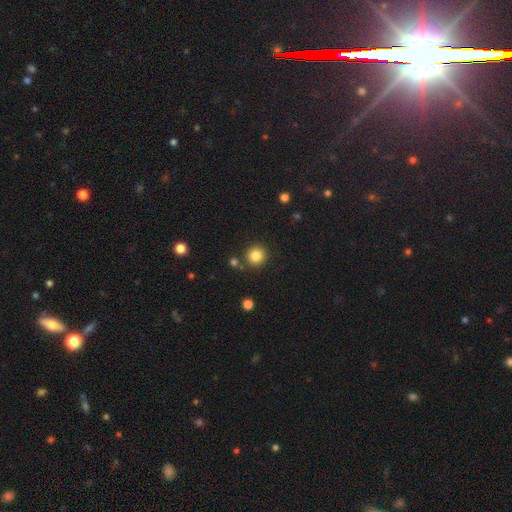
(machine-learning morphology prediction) A smooth galaxy with no disk features (84%) that is round (92%). Merging: none (86%).